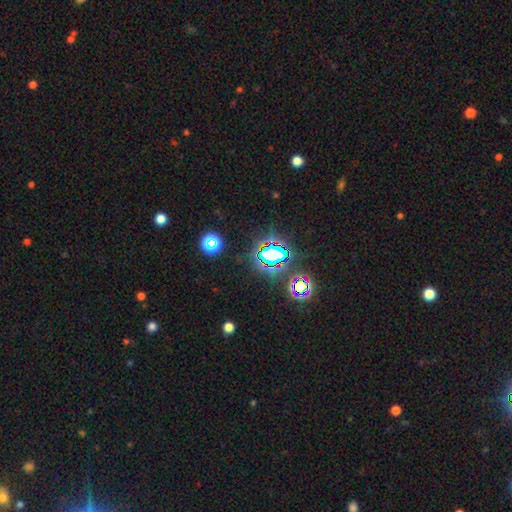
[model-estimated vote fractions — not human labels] Q: Smooth or featured?
A: star or artifact (78%); runner-up: smooth (14%)